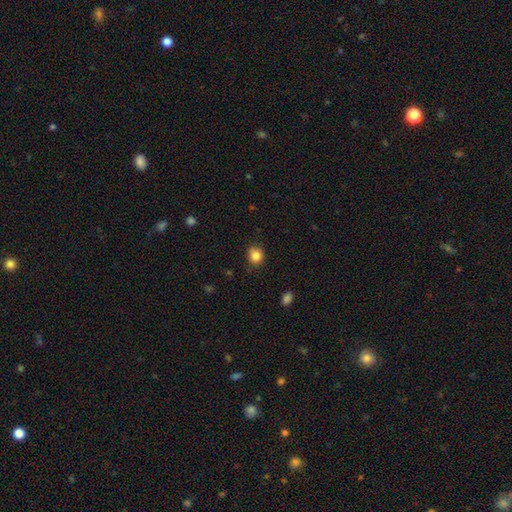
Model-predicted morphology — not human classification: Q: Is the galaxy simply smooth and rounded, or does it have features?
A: smooth — 85%.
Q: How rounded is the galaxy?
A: round — 78%.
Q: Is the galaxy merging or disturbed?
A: none — 79%.